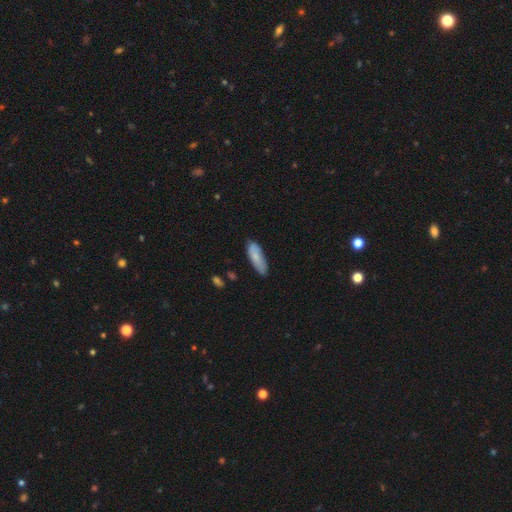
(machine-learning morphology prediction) Smooth or featured? smooth (76%)
How rounded? in between (63%)
Merging? none (71%)